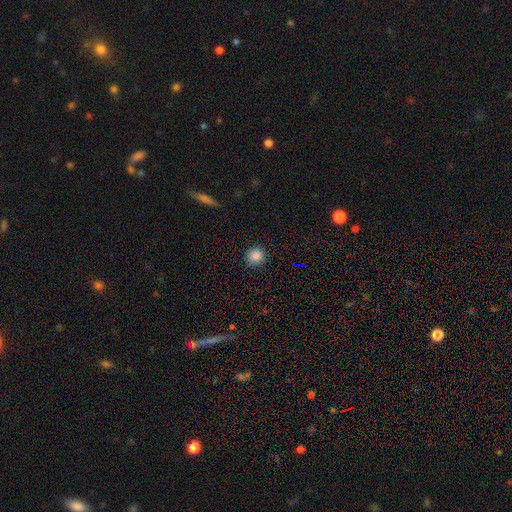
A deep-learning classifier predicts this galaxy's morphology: This appears to be a smooth galaxy with no disk features (85%) that is round (92%). Merging: none (90%).